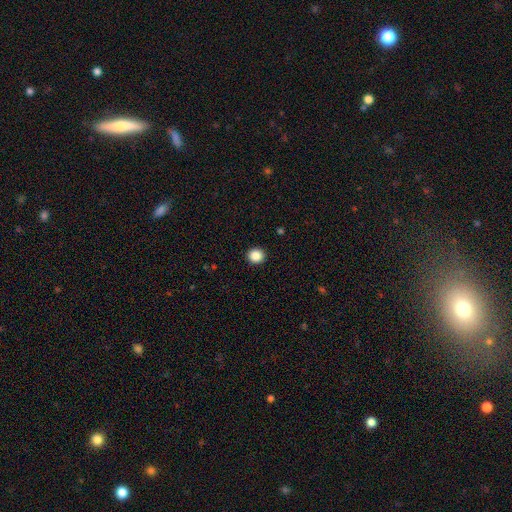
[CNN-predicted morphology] Smooth or featured?
  - smooth: 87% *
  - star or artifact: 10%
  - featured or disk: 3%
How rounded?
  - round: 90% *
  - in between: 9%
  - cigar-shaped: 1%
Merging?
  - none: 93% *
  - minor disturbance: 5%
  - major disturbance: 2%
  - merger: 1%